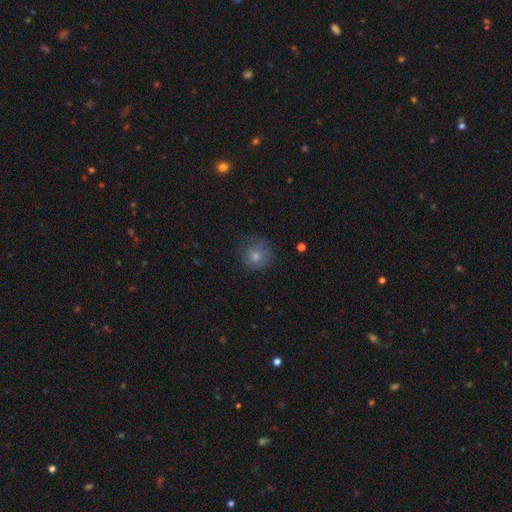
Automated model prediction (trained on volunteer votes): Overall: smooth (68%). How rounded: round (91%). Merging: none (75%).